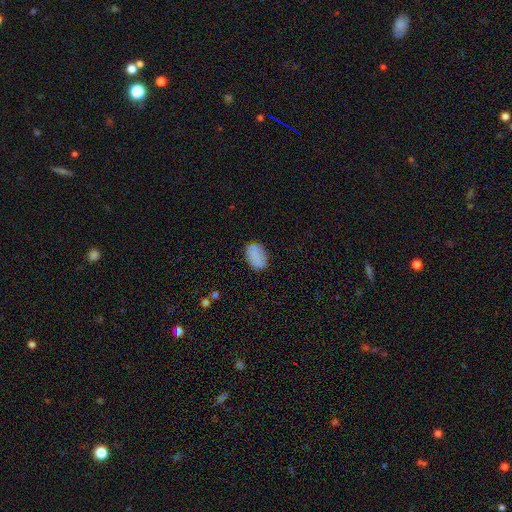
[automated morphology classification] This is clearly a smooth galaxy (83%). How rounded: clearly in between (87%). Merging: likely none (78%).